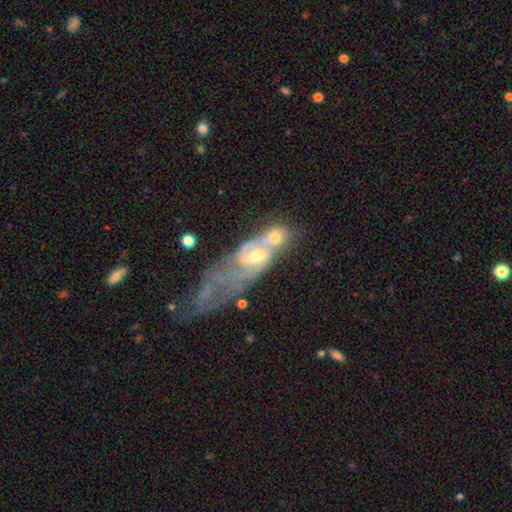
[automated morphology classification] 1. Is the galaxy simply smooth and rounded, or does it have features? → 75% featured or disk, 16% smooth, 9% star or artifact.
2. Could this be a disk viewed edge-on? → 88% no, 12% yes.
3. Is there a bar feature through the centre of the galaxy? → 56% no, 33% weak, 11% strong.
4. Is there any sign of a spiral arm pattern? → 77% yes, 23% no.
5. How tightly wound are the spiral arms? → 38% medium, 34% tight, 28% loose.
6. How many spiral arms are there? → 45% 2, 31% can't tell, 16% 1, 4% 3, 2% 4, 2% more than 4.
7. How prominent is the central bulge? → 49% moderate, 38% small, 6% large, 5% none, 2% dominant.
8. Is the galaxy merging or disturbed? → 50% merger, 20% major disturbance, 19% none, 11% minor disturbance.